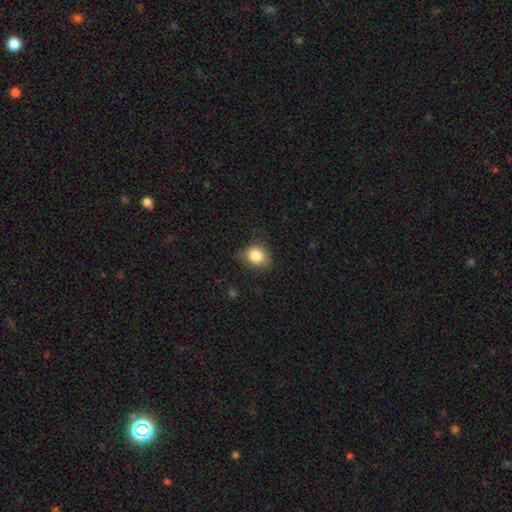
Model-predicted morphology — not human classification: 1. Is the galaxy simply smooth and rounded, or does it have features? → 84% smooth, 9% star or artifact, 7% featured or disk.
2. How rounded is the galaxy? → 53% round, 46% in between, 1% cigar-shaped.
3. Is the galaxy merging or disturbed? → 73% none, 21% minor disturbance, 5% major disturbance, 1% merger.